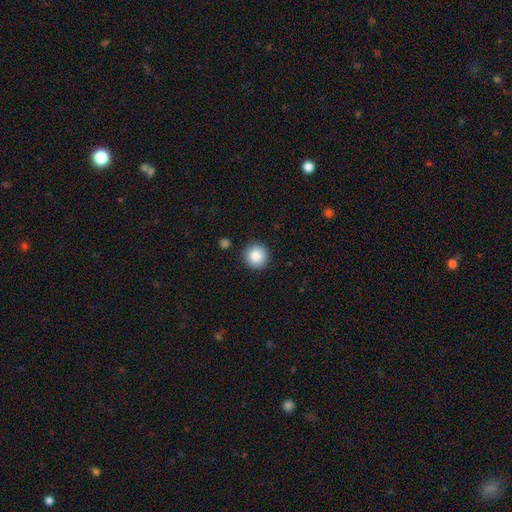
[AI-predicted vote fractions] smooth_or_featured: smooth (p=0.86) [alt: star or artifact p=0.09]
how_rounded: round (p=0.95) [alt: in between p=0.04]
merging: none (p=0.91) [alt: minor disturbance p=0.06]